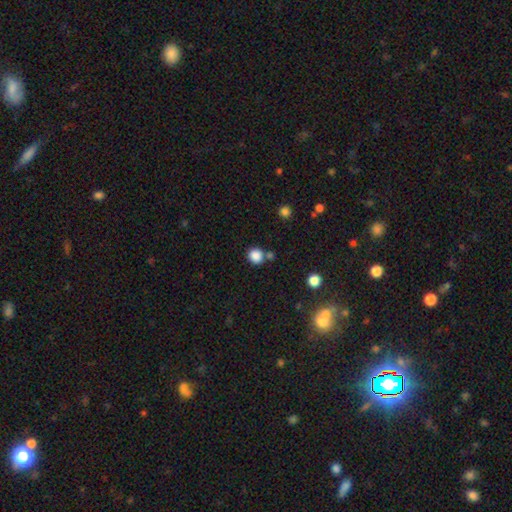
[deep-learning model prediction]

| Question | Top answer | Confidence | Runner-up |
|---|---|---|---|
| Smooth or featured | smooth | 85% | star or artifact (11%) |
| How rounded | round | 85% | in between (14%) |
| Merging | none | 73% | merger (14%) |